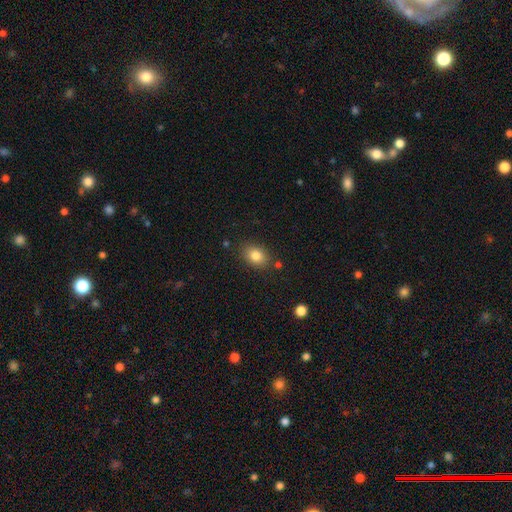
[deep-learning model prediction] Morphology: type=smooth (82%); roundness=in between (75%); merging=none (82%).